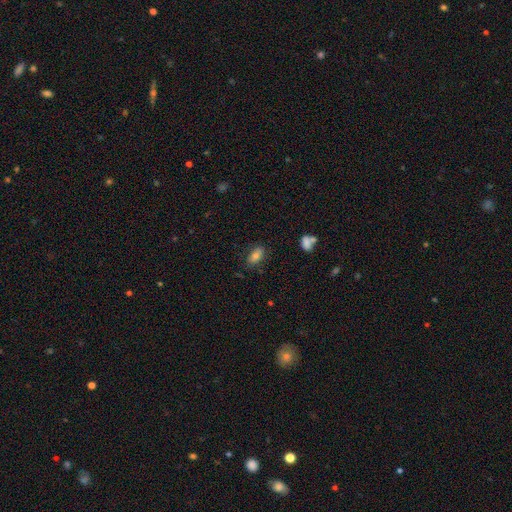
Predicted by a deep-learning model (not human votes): Q: Smooth or featured?
A: smooth (76%); runner-up: featured or disk (12%)
Q: How rounded?
A: in between (88%); runner-up: round (7%)
Q: Merging?
A: none (78%); runner-up: minor disturbance (16%)